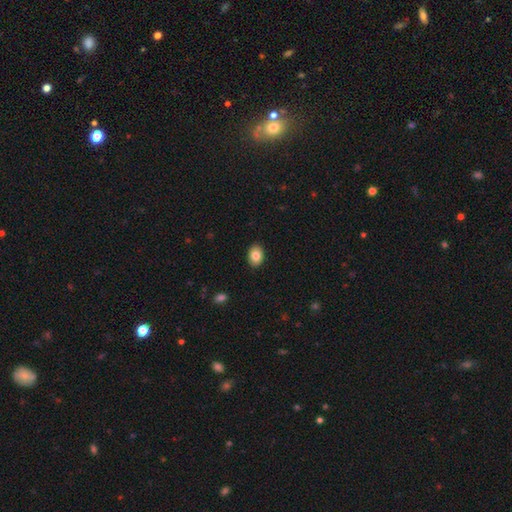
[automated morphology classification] smooth 83%, featured or disk 9%, star or artifact 8%. Down the decision tree: how rounded — in between (77%); merging — none (90%).